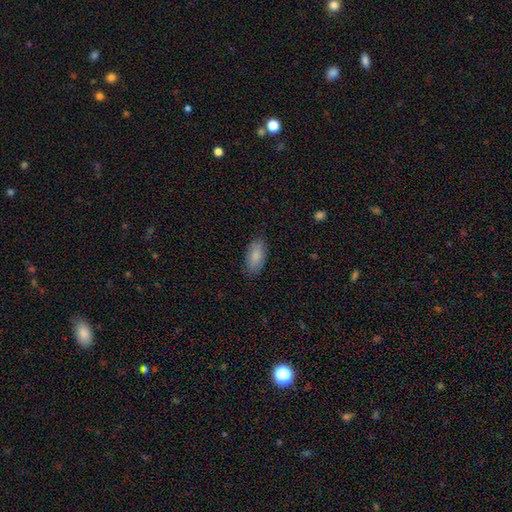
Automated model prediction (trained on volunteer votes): This appears to be a smooth galaxy with no disk features (85%) that is in between round and cigar-shaped (91%). Merging: none (84%).